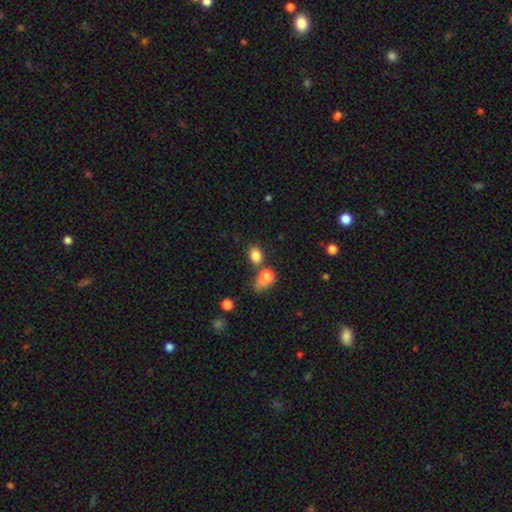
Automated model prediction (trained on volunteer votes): The model was most divided on "how rounded": in between: 63%, round: 35%, cigar-shaped: 1%. More confident: smooth or featured — smooth (82%); merging — none (58%).